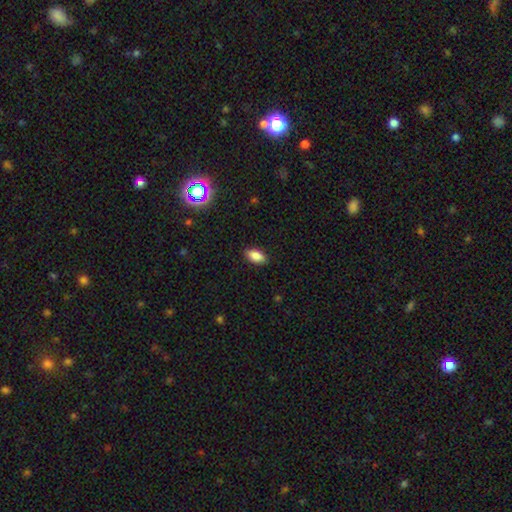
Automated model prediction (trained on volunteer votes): Smooth or featured?
  - smooth: 87% *
  - star or artifact: 8%
  - featured or disk: 5%
How rounded?
  - in between: 91% *
  - cigar-shaped: 5%
  - round: 3%
Merging?
  - none: 89% *
  - minor disturbance: 8%
  - major disturbance: 2%
  - merger: 1%